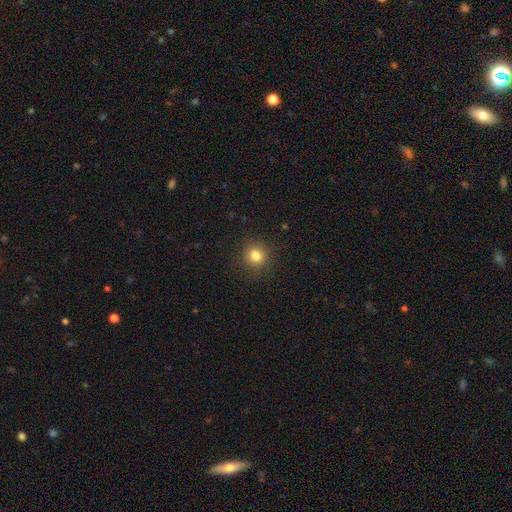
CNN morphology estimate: smooth_or_featured: smooth (p=0.82) [alt: star or artifact p=0.13]
how_rounded: round (p=0.88) [alt: in between p=0.11]
merging: none (p=0.89) [alt: minor disturbance p=0.07]